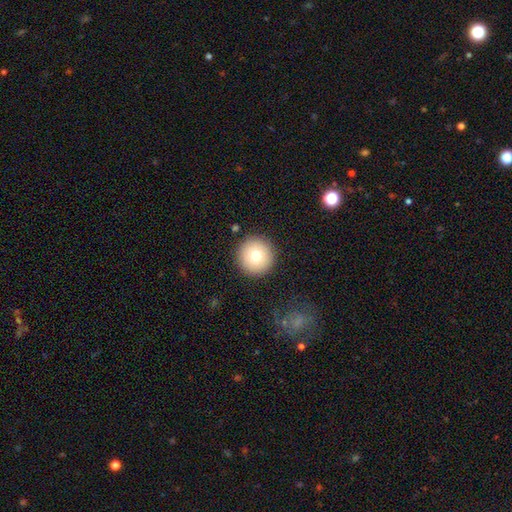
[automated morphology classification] A smooth galaxy with no disk features (75%) that is round (96%).

Vote fractions:
- Smooth or featured? smooth: 75% / featured or disk: 14% / star or artifact: 11%
- How rounded? round: 96% / in between: 3% / cigar-shaped: 1%
- Merging? none: 90% / minor disturbance: 6% / major disturbance: 2% / merger: 2%